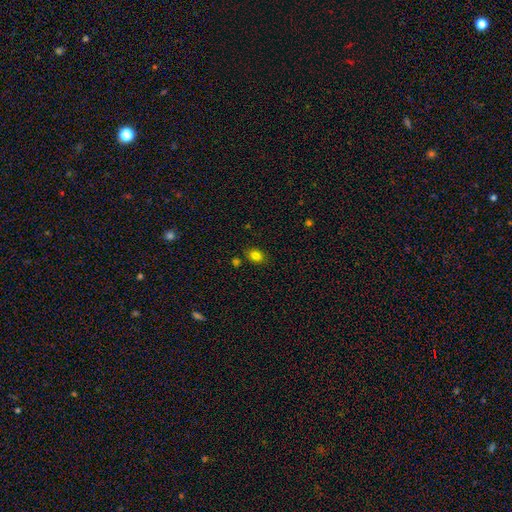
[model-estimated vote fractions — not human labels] Q: Smooth or featured?
A: smooth (81%); runner-up: star or artifact (12%)
Q: How rounded?
A: in between (64%); runner-up: round (35%)
Q: Merging?
A: none (82%); runner-up: minor disturbance (11%)